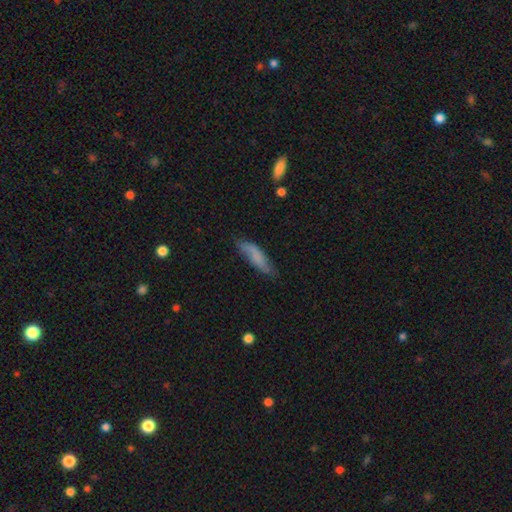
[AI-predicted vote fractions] A smooth galaxy with no disk features (68%) that is cigar-shaped (62%).

Vote fractions:
- Smooth or featured? smooth: 68% / featured or disk: 25% / star or artifact: 7%
- How rounded? cigar-shaped: 62% / in between: 36% / round: 2%
- Merging? none: 63% / minor disturbance: 28% / major disturbance: 7% / merger: 2%